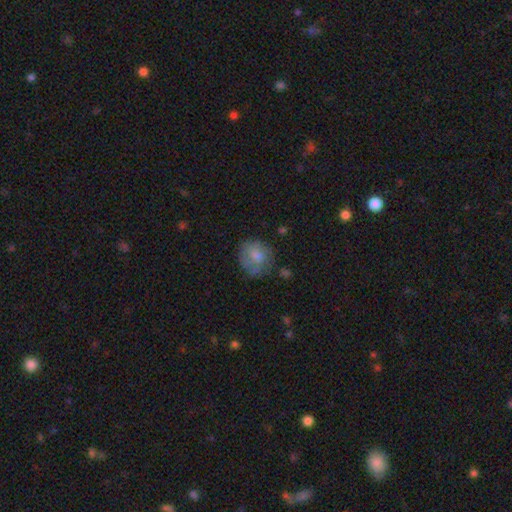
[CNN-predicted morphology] This appears to be a smooth galaxy with no disk features (66%) that is round (77%). Merging: none (60%).